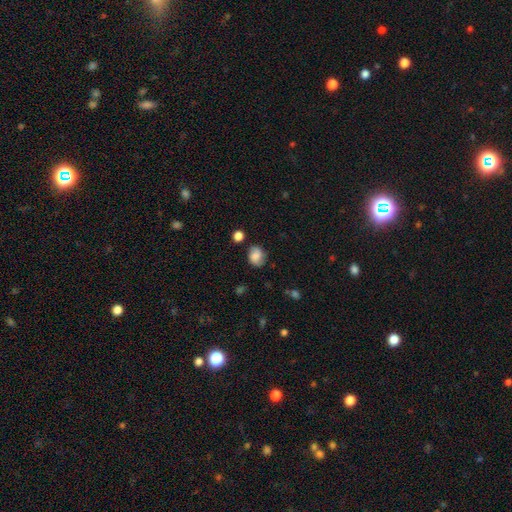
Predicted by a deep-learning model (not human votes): This is likely a smooth galaxy (68%). How rounded: possibly round (52%). Merging: likely none (70%).